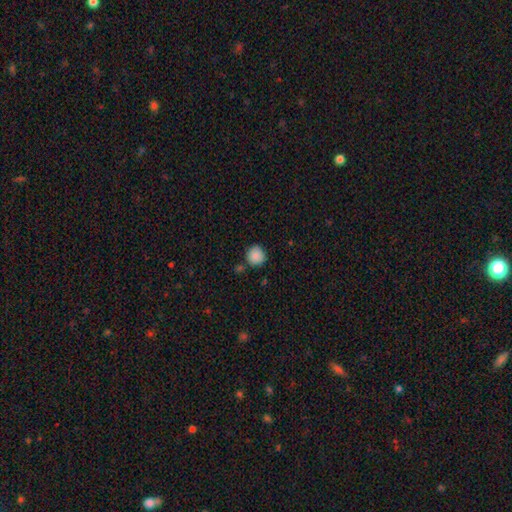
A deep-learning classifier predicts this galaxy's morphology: Smooth or featured? smooth (88%)
How rounded? round (91%)
Merging? none (80%)